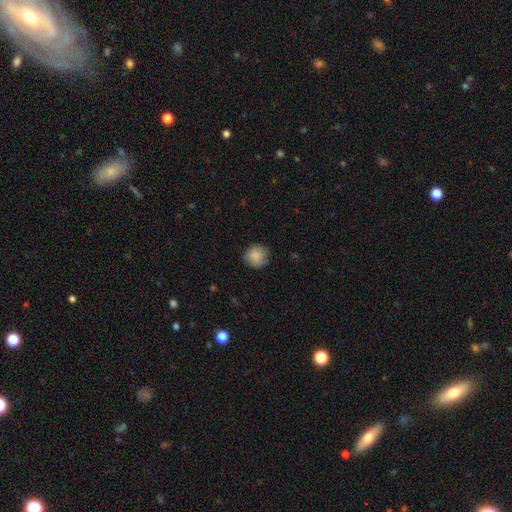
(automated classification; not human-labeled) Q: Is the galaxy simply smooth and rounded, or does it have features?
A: smooth — 87%.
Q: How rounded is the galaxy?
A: round — 90%.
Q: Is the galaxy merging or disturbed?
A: none — 83%.